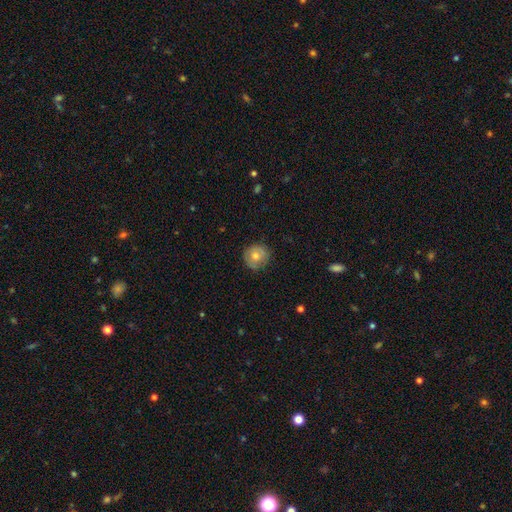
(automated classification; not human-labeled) A smooth galaxy with no disk features (65%) that is round (90%). Merging: none (80%).